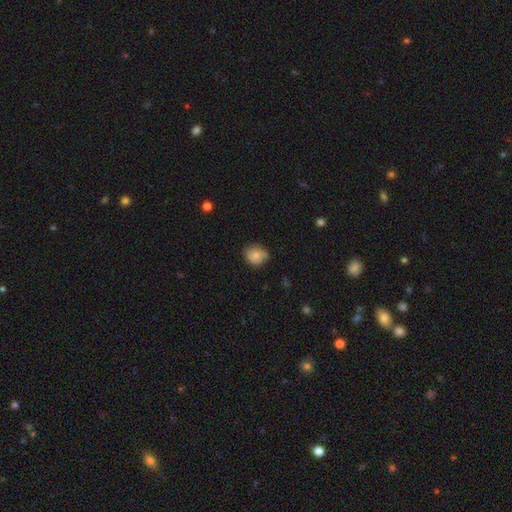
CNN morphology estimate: type=smooth (76%); roundness=round (63%); merging=none (67%).